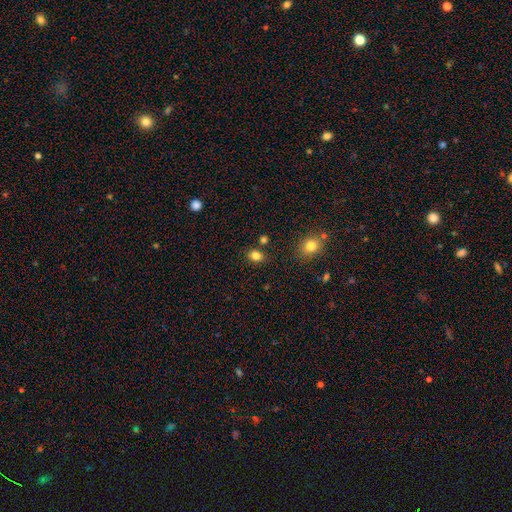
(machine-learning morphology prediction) A smooth galaxy with no disk features (82%) that is in between round and cigar-shaped (55%).

Vote fractions:
- Smooth or featured? smooth: 82% / star or artifact: 12% / featured or disk: 6%
- How rounded? in between: 55% / round: 44% / cigar-shaped: 1%
- Merging? none: 79% / minor disturbance: 11% / merger: 7% / major disturbance: 3%